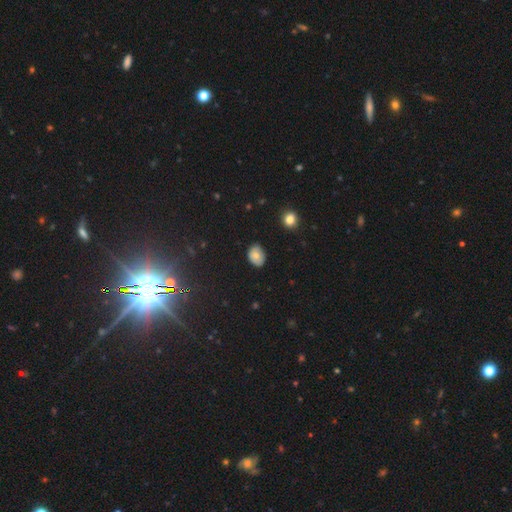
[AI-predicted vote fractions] A smooth galaxy with no disk features (73%) that is in between round and cigar-shaped (66%). Merging: none (78%).